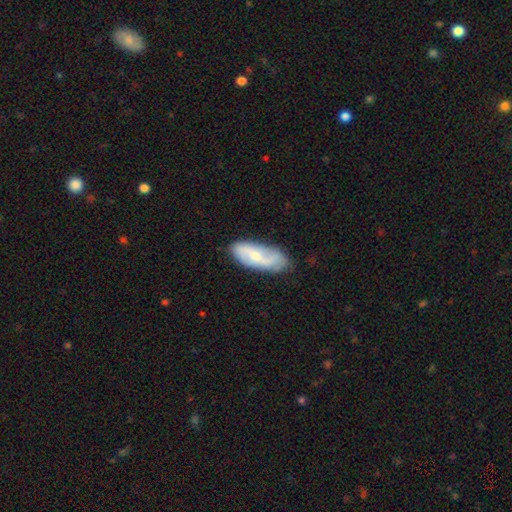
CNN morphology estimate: Smooth or featured? featured or disk (61%)
Edge-on disk? no (91%)
Bar? no (44%)
Spiral arms? yes (88%)
Bulge size? small (54%)
Merging? none (76%)